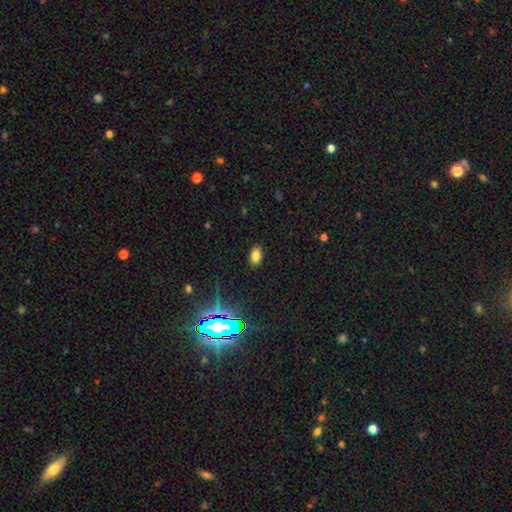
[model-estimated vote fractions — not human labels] smooth 77%, star or artifact 16%, featured or disk 6%. Down the decision tree: how rounded — in between (89%); merging — none (87%).